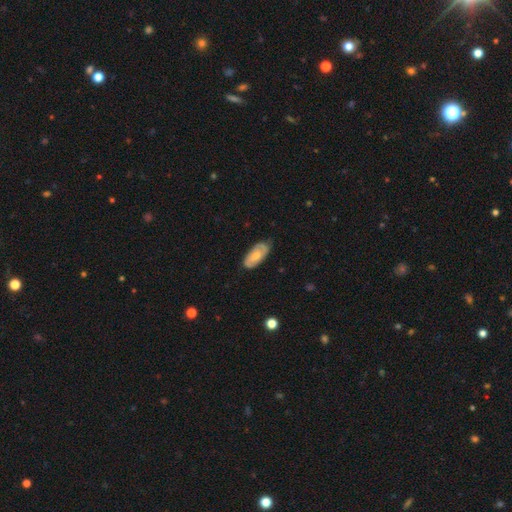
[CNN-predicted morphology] Smooth or featured?
  - smooth: 48% *
  - featured or disk: 46%
  - star or artifact: 6%
Merging?
  - none: 76% *
  - minor disturbance: 19%
  - major disturbance: 4%
  - merger: 1%